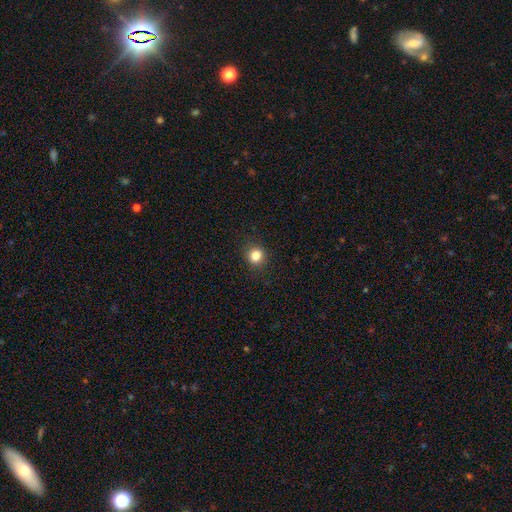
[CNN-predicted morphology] Smooth or featured? Predicted: smooth (p=0.83). How rounded? Predicted: round (p=0.86). Merging? Predicted: none (p=0.90).